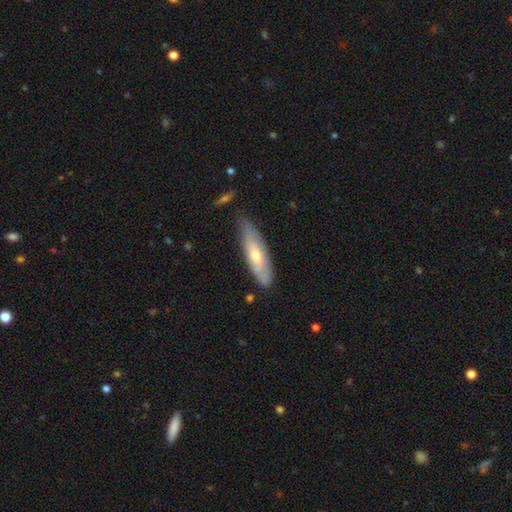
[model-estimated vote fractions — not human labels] This is possibly a featured or disk galaxy (49%). Merging: likely none (72%).